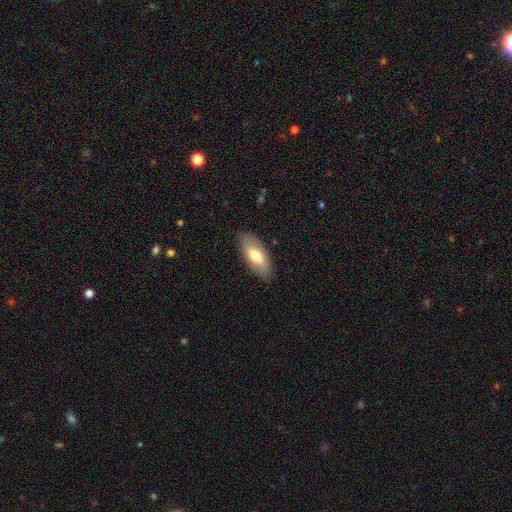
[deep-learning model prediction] smooth_or_featured: smooth (p=0.72) [alt: featured or disk p=0.22]
how_rounded: in between (p=0.87) [alt: cigar-shaped p=0.11]
merging: none (p=0.85) [alt: minor disturbance p=0.11]